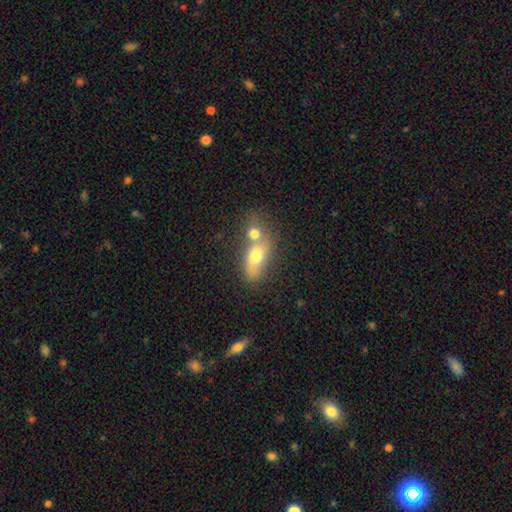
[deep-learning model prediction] smooth-or-featured: smooth: 65% | featured or disk: 26% | star or artifact: 9%
  how-rounded: in between: 71% | round: 15% | cigar-shaped: 14%
  merging: merger: 51% | none: 31% | minor disturbance: 11% | major disturbance: 6%